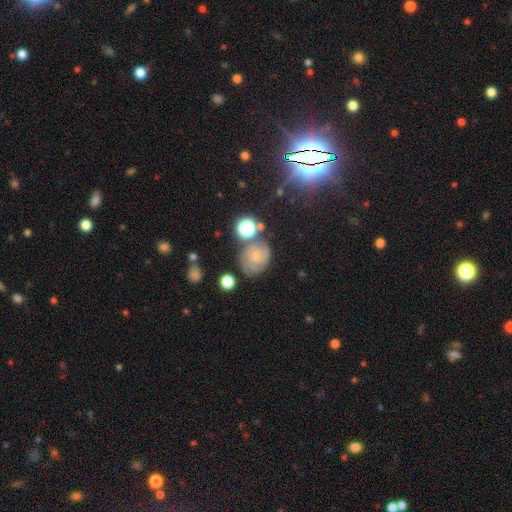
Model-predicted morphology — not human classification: This is possibly a featured or disk galaxy (49%). Merging: possibly none (58%).